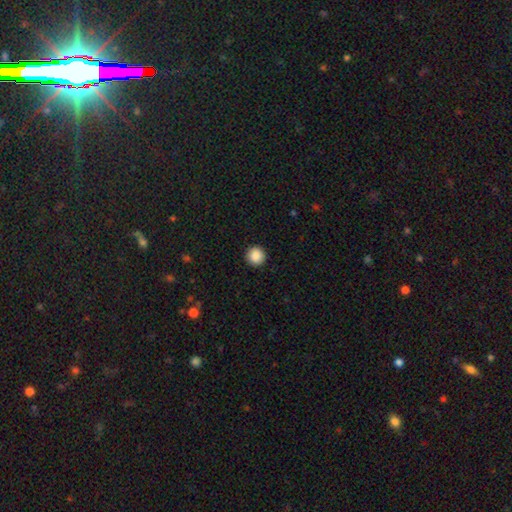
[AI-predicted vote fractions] Smooth or featured? smooth (89%)
How rounded? round (96%)
Merging? none (93%)